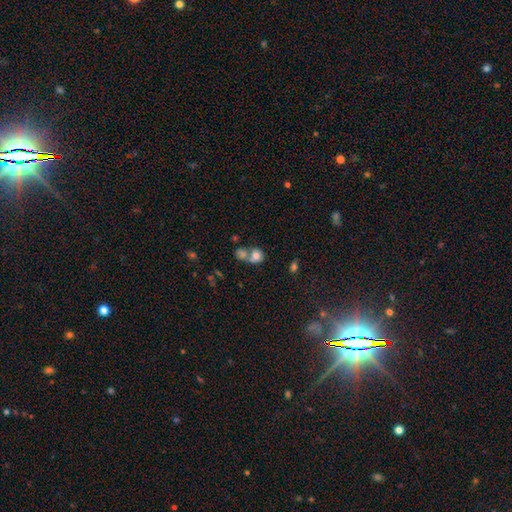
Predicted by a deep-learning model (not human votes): This appears to be a smooth galaxy with no disk features (71%) that is round (68%). Merging: merger (60%).